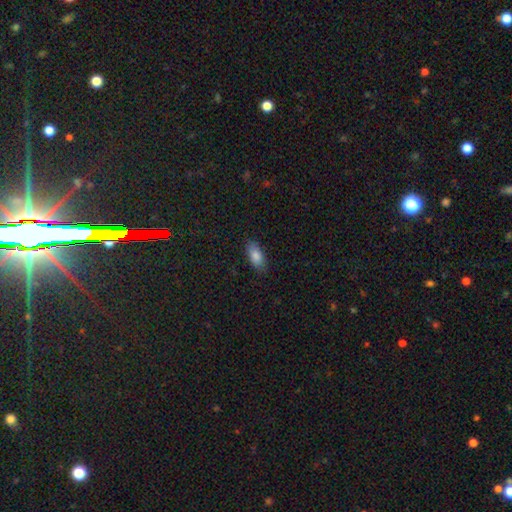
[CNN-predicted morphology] smooth-or-featured: smooth: 85% | featured or disk: 8% | star or artifact: 7%
  how-rounded: in between: 86% | cigar-shaped: 12% | round: 2%
  merging: none: 85% | minor disturbance: 11% | major disturbance: 2% | merger: 1%